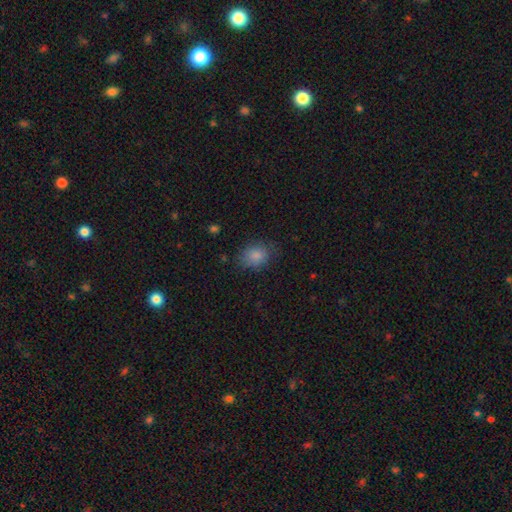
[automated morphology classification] A smooth galaxy with no disk features (84%) that is in between round and cigar-shaped (54%). Merging: none (73%).